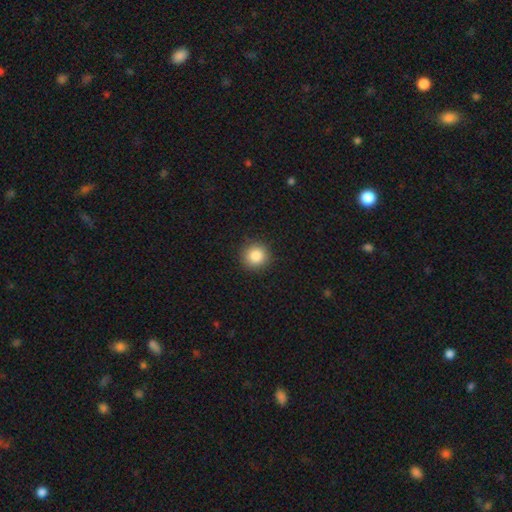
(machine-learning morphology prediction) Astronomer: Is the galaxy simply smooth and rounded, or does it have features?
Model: smooth — 86%.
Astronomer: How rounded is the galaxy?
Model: round — 94%.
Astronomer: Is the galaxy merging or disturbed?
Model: none — 91%.